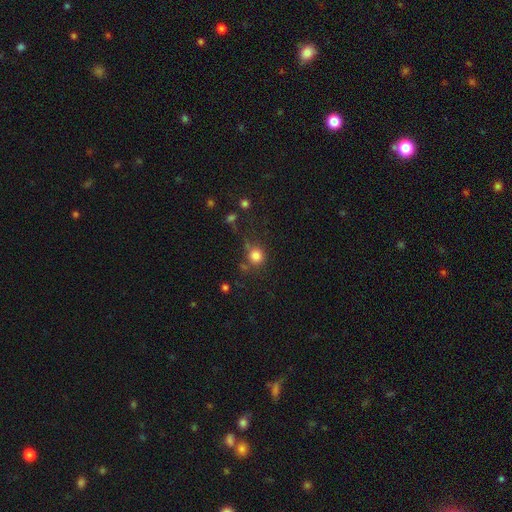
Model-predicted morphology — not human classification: The model was most divided on "merging": none: 69%, minor disturbance: 15%, merger: 9%, major disturbance: 7%. More confident: how rounded — round (89%); smooth or featured — smooth (82%).